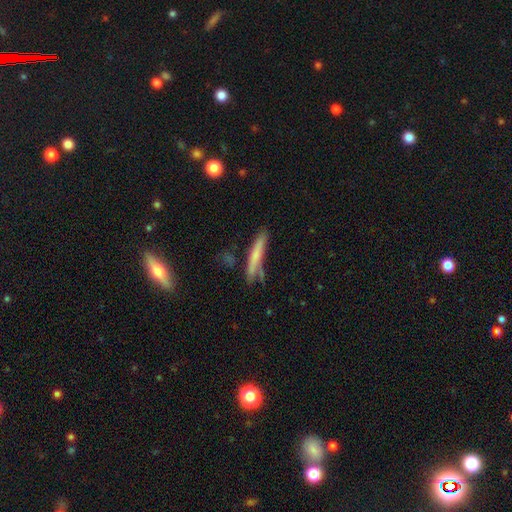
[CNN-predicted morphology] This is likely a smooth galaxy (62%). How rounded: clearly cigar-shaped (91%). Merging: likely none (64%).